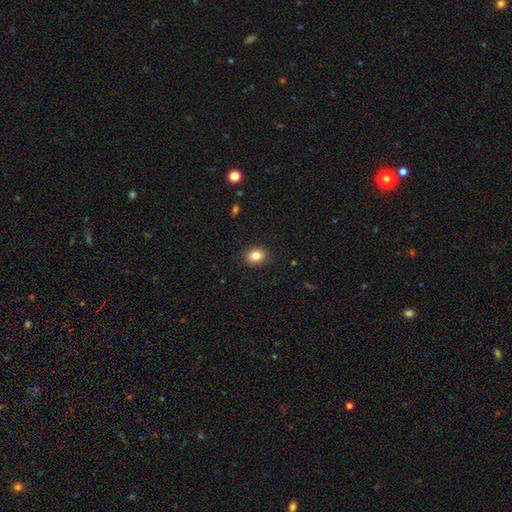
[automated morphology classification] smooth_or_featured: smooth (p=0.84) [alt: star or artifact p=0.09]
how_rounded: in between (p=0.58) [alt: round p=0.41]
merging: none (p=0.90) [alt: minor disturbance p=0.07]